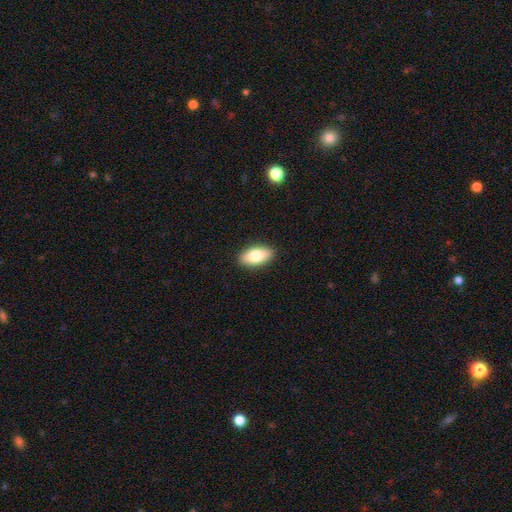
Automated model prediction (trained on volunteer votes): Smooth or featured? smooth (80%)
How rounded? in between (92%)
Merging? none (90%)